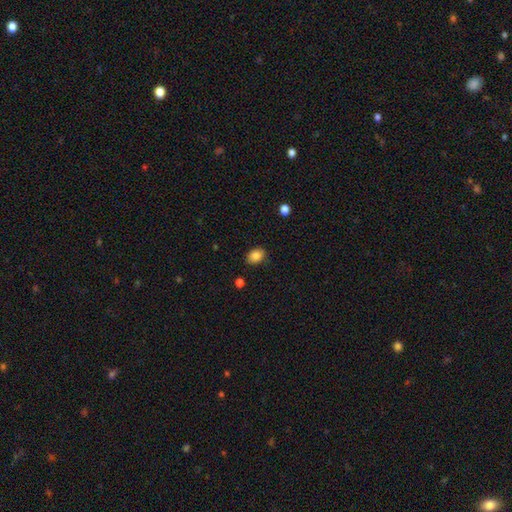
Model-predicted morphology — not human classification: smooth-or-featured: smooth: 85% | star or artifact: 9% | featured or disk: 6%
  how-rounded: in between: 71% | round: 28% | cigar-shaped: 1%
  merging: none: 85% | minor disturbance: 11% | major disturbance: 2% | merger: 2%